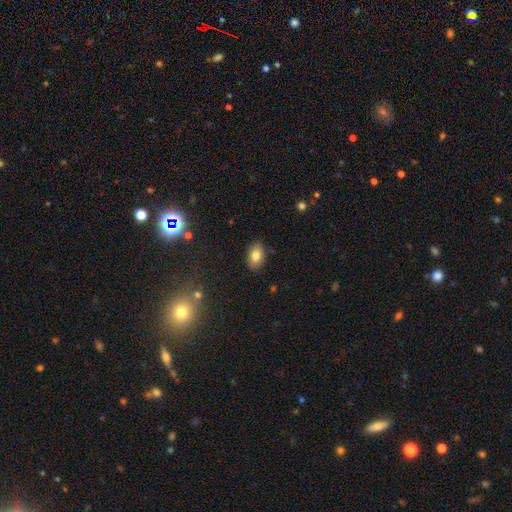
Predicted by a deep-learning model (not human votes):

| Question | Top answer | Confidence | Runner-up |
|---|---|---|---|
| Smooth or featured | smooth | 80% | featured or disk (11%) |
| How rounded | in between | 89% | round (10%) |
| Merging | none | 87% | minor disturbance (9%) |